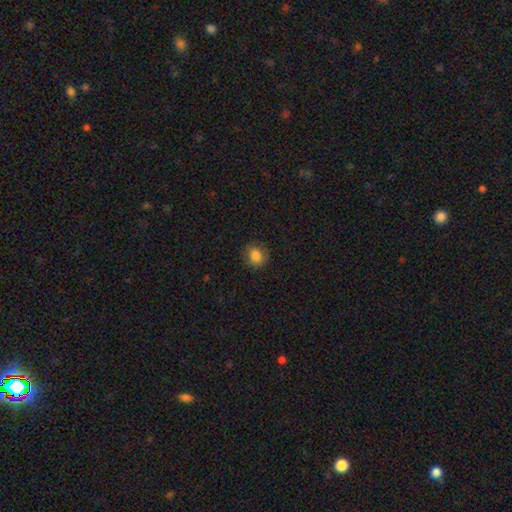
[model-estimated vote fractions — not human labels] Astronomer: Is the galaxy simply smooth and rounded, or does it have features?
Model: smooth — 83%.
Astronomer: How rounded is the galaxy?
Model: round — 76%.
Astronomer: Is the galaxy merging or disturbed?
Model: none — 81%.